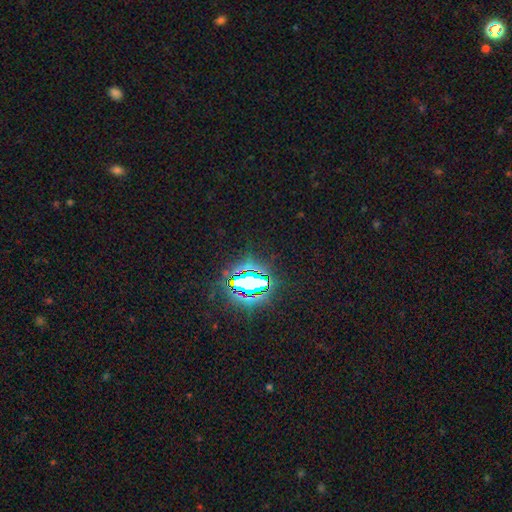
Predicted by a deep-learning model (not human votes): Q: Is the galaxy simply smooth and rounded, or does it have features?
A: star or artifact — 83%.